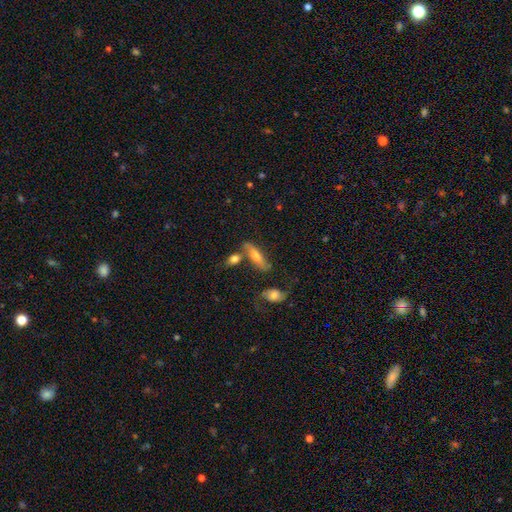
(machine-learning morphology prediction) Smooth or featured?
  - smooth: 50% *
  - featured or disk: 41%
  - star or artifact: 9%
How rounded?
  - cigar-shaped: 58% *
  - in between: 38%
  - round: 3%
Merging?
  - none: 51% *
  - merger: 21%
  - minor disturbance: 19%
  - major disturbance: 9%